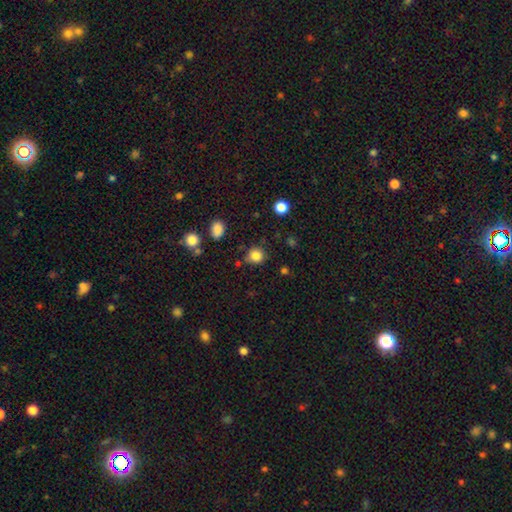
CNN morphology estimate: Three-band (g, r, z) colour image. It shows a smooth galaxy with no disk features (83%) that is round (88%). Merging: none (82%).